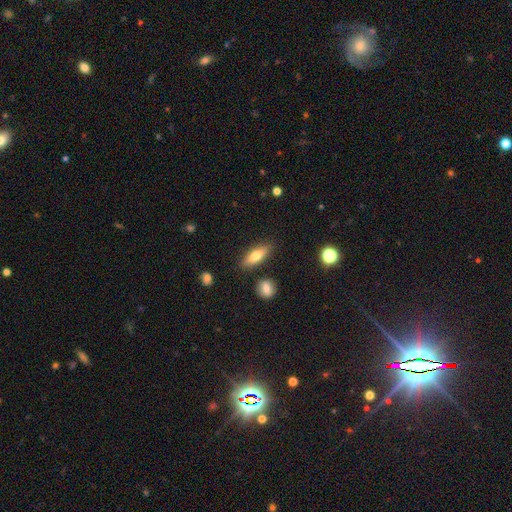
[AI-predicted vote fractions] This is likely a smooth galaxy (68%). How rounded: possibly in between (54%). Merging: clearly none (83%).